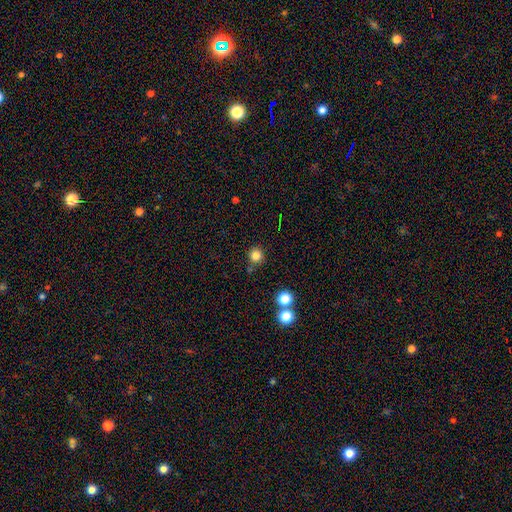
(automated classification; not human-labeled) Overall: smooth (82%). How rounded: round (93%). Merging: none (82%).